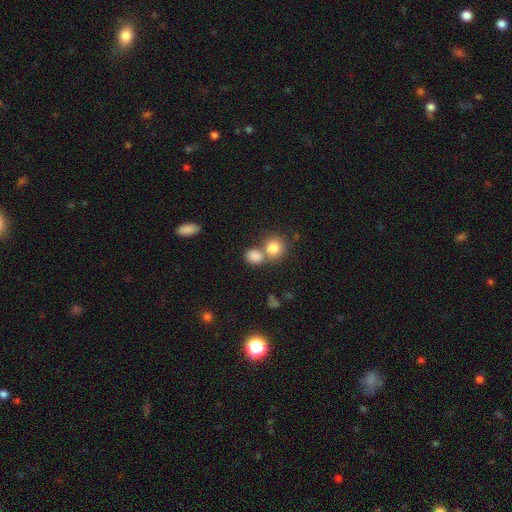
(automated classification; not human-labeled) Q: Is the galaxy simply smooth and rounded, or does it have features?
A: smooth — 81%.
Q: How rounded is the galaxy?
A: round — 70%.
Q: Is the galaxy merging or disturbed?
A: none — 47%.